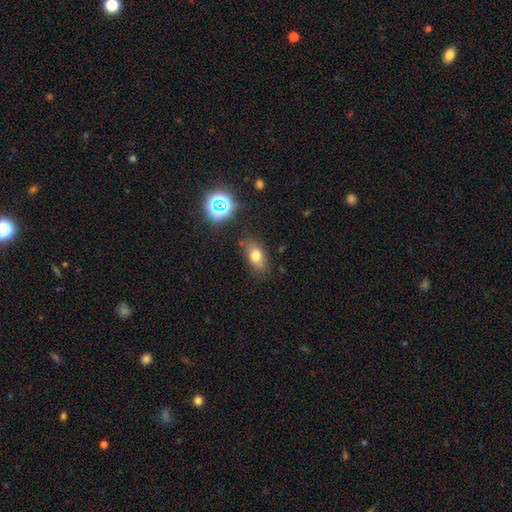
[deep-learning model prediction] Morphology: type=smooth (72%); roundness=in between (81%); merging=none (78%).